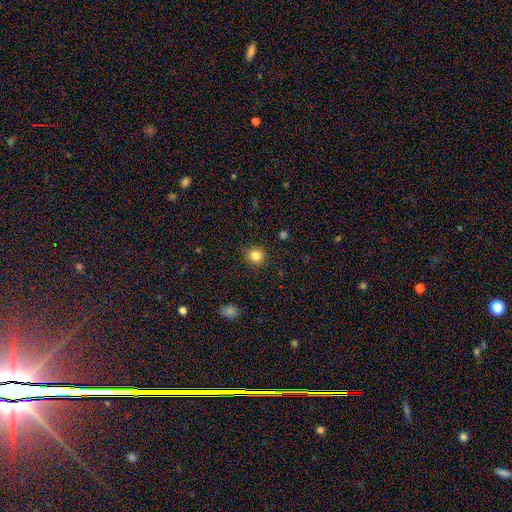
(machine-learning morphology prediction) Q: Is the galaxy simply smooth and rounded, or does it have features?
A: smooth — 84%.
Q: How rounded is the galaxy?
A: round — 90%.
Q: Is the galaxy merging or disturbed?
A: none — 89%.